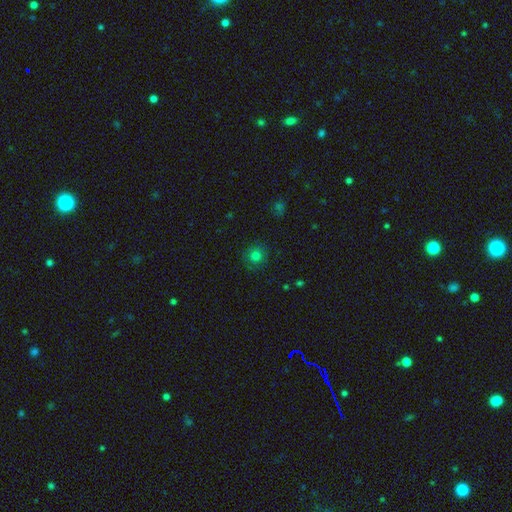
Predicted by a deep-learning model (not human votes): Q: Smooth or featured?
A: smooth (79%); runner-up: star or artifact (15%)
Q: How rounded?
A: round (91%); runner-up: in between (8%)
Q: Merging?
A: none (87%); runner-up: minor disturbance (9%)